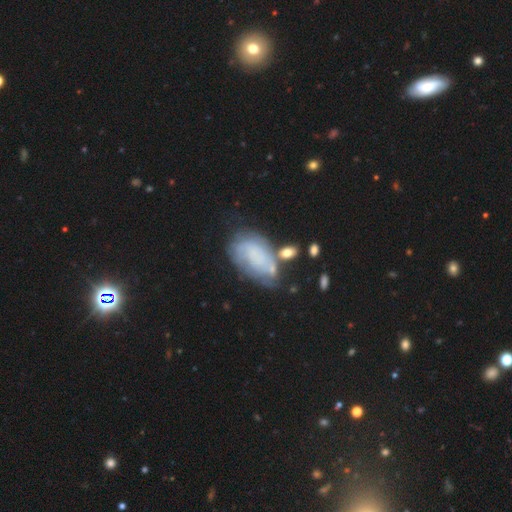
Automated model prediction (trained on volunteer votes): Smooth or featured: featured or disk — 50% (smooth — 41%)
Edge-on disk: no — 96% (yes — 4%)
Merging: none — 41% (minor disturbance — 27%)